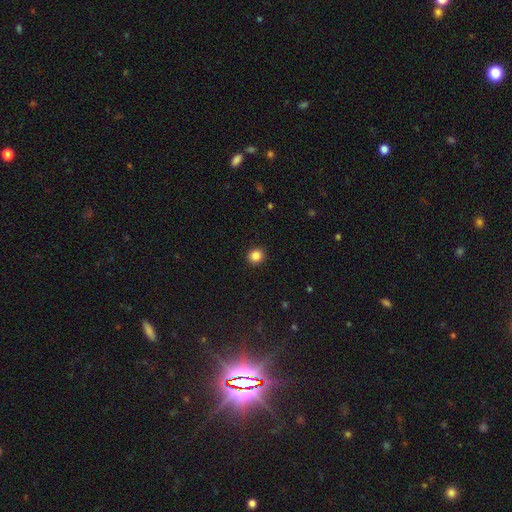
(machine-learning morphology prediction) Q: Smooth or featured?
A: smooth (86%); runner-up: star or artifact (10%)
Q: How rounded?
A: round (84%); runner-up: in between (15%)
Q: Merging?
A: none (92%); runner-up: minor disturbance (5%)